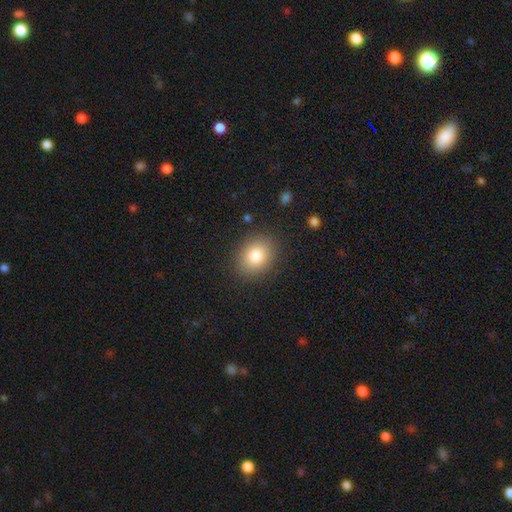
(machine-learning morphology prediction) type=smooth (83%); roundness=in between (51%); merging=none (87%).